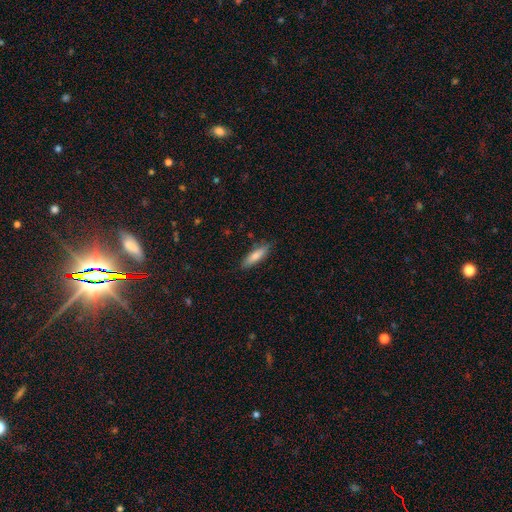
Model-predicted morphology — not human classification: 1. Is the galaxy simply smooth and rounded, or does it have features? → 79% smooth, 15% featured or disk, 6% star or artifact.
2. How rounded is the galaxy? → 59% cigar-shaped, 39% in between, 2% round.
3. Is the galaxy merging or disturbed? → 85% none, 12% minor disturbance, 2% major disturbance, 1% merger.